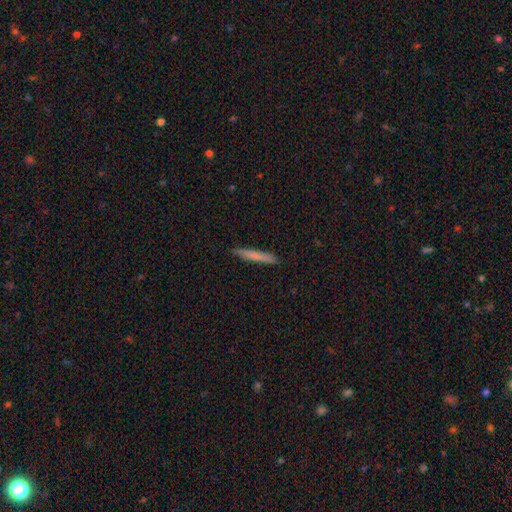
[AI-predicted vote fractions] smooth 73%, featured or disk 21%, star or artifact 6%. Down the decision tree: how rounded — cigar-shaped (96%); merging — none (90%).